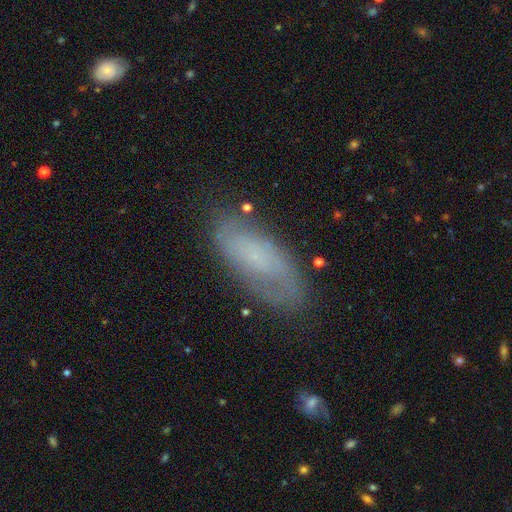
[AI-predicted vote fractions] smooth_or_featured: smooth (p=0.48) [alt: featured or disk p=0.43]
merging: none (p=0.70) [alt: minor disturbance p=0.20]